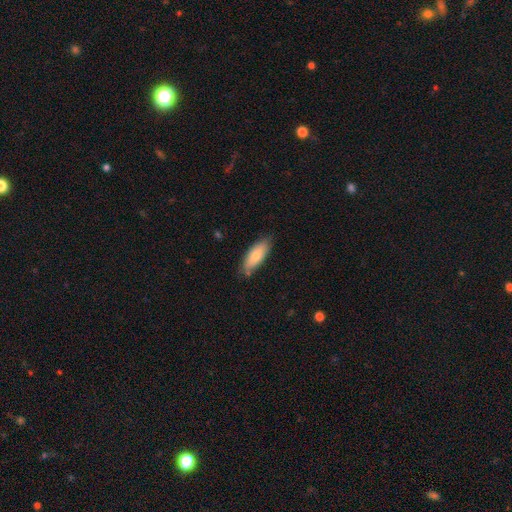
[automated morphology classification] Smooth or featured? smooth (76%)
How rounded? in between (76%)
Merging? none (74%)